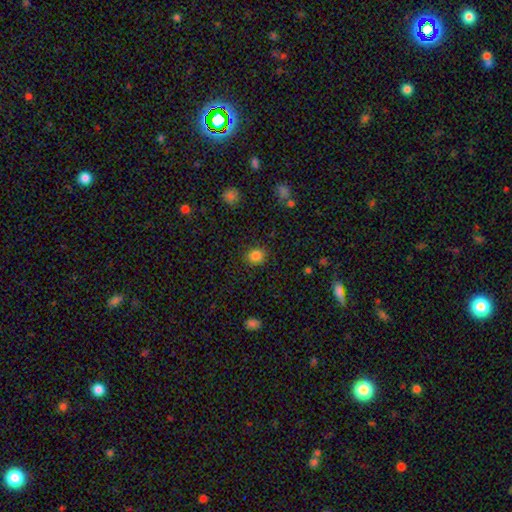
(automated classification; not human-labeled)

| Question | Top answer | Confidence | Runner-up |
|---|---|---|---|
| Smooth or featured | smooth | 84% | star or artifact (11%) |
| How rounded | round | 75% | in between (24%) |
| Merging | none | 88% | minor disturbance (8%) |